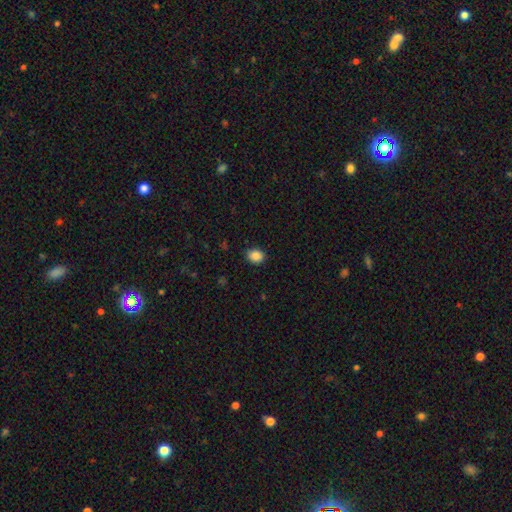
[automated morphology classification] Q: Smooth or featured?
A: smooth (87%); runner-up: star or artifact (9%)
Q: How rounded?
A: in between (50%); runner-up: round (49%)
Q: Merging?
A: none (88%); runner-up: minor disturbance (9%)